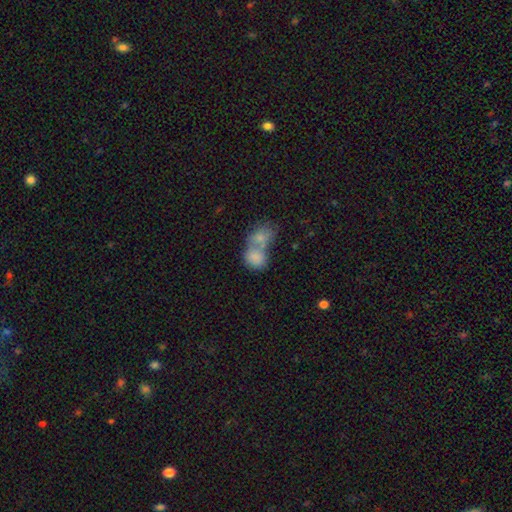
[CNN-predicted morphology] Smooth or featured? Predicted: smooth (p=0.80). How rounded? Predicted: round (p=0.52). Merging? Predicted: merger (p=0.71).